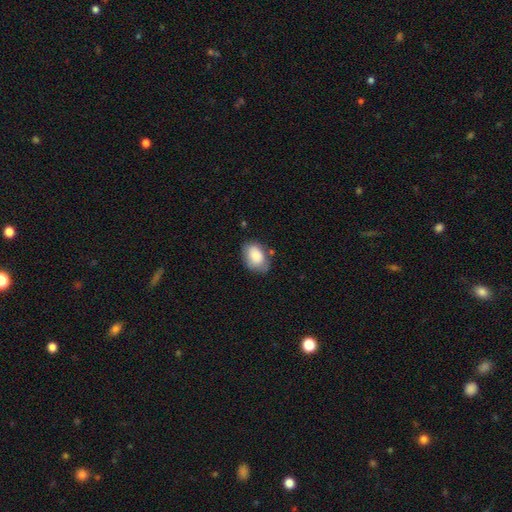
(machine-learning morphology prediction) Smooth or featured: smooth — 83% (featured or disk — 10%)
How rounded: in between — 83% (round — 16%)
Merging: none — 64% (minor disturbance — 26%)